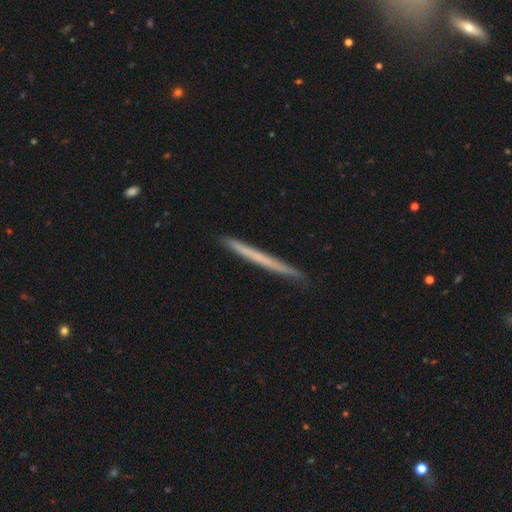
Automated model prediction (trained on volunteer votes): A smooth galaxy with no disk features (51%) that is cigar-shaped (97%). Merging: none (90%).